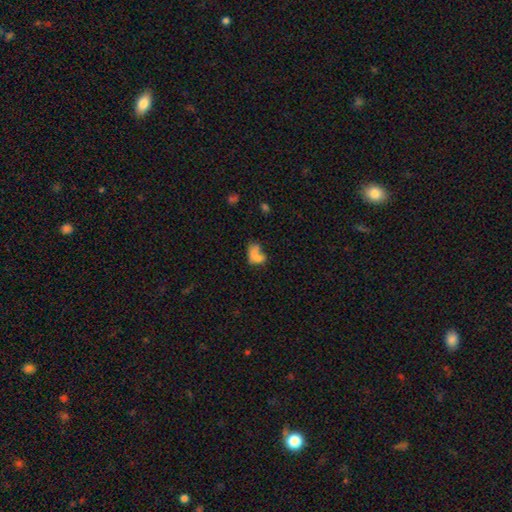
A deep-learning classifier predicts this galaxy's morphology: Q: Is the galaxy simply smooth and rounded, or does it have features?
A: smooth — 68%.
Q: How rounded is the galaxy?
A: in between — 75%.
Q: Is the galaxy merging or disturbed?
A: merger — 49%.